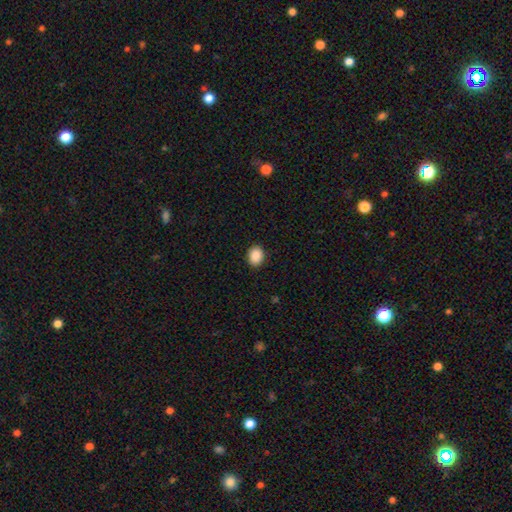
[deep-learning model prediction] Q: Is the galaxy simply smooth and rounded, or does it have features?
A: smooth — 89%.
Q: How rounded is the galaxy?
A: in between — 54%.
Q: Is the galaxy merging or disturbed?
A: none — 90%.